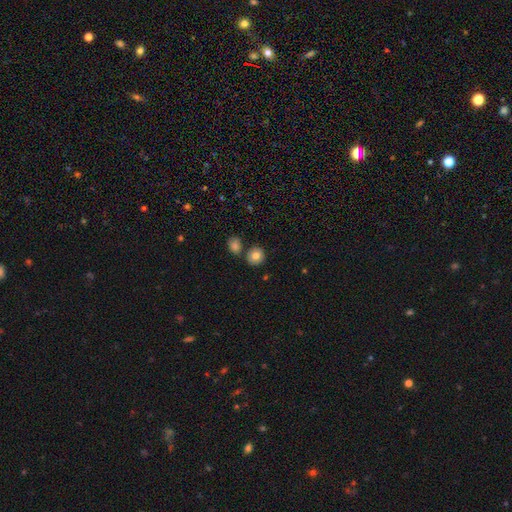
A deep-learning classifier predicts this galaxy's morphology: Smooth or featured? Predicted: smooth (p=0.83). How rounded? Predicted: round (p=0.83). Merging? Predicted: none (p=0.77).